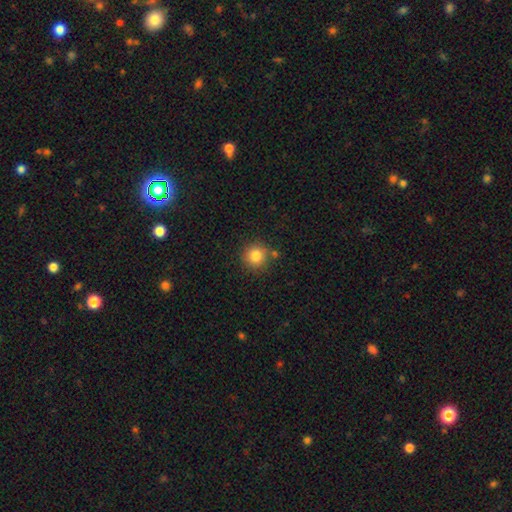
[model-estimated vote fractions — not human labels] This appears to be a smooth galaxy with no disk features (83%) that is round (94%). Merging: none (81%).